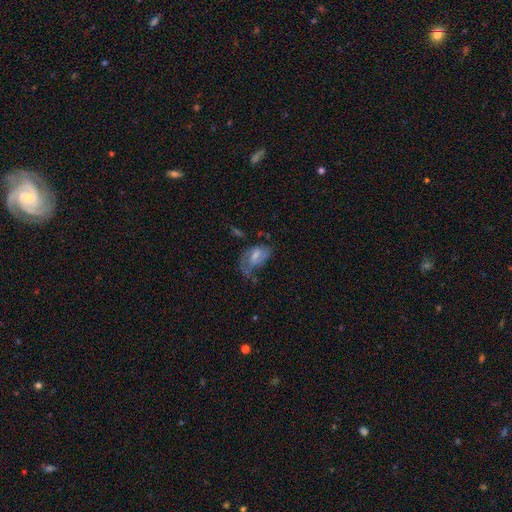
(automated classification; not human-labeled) Overall: featured or disk (52%; smooth 39%). Edge-on disk: no (96%). Merging: major disturbance (38%; none 28%).